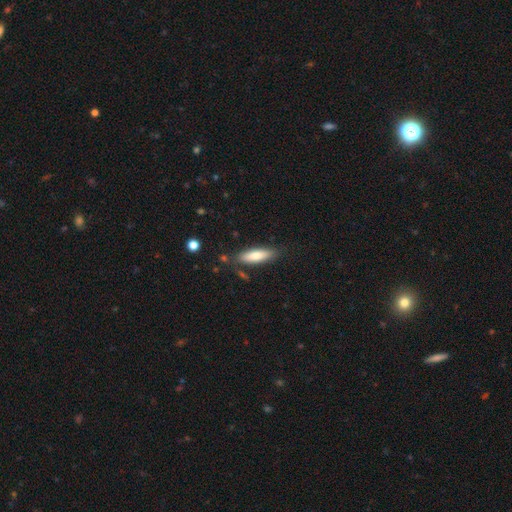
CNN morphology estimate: Smooth or featured: smooth — 77% (featured or disk — 17%)
How rounded: cigar-shaped — 54% (in between — 45%)
Merging: none — 79% (minor disturbance — 14%)